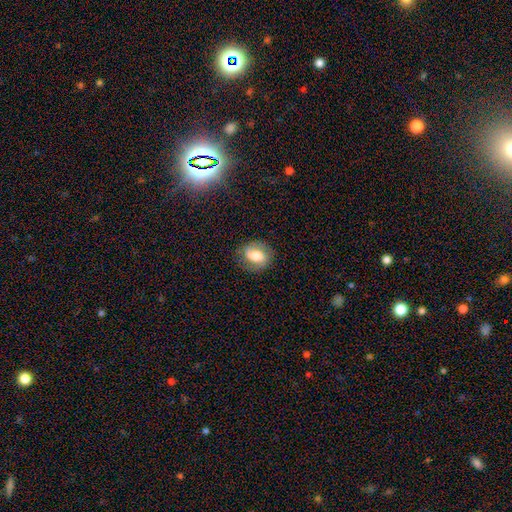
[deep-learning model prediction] Morphology: type=featured or disk (54%); edge-on=no (96%); bar=weak (42%); spiral arms=yes (85%); bulge=moderate (58%); merging=none (81%).